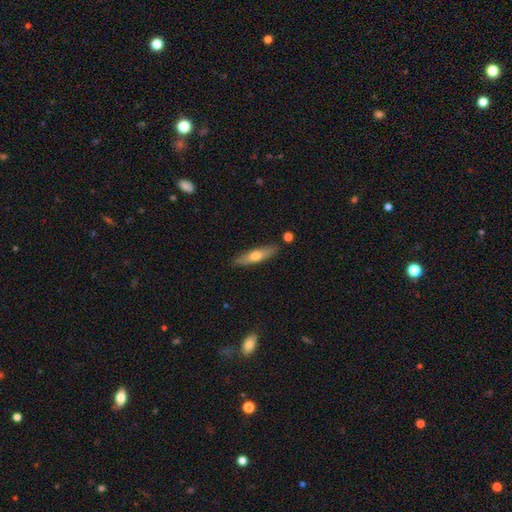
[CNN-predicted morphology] Smooth or featured?
  - smooth: 54% *
  - featured or disk: 40%
  - star or artifact: 6%
How rounded?
  - cigar-shaped: 76% *
  - in between: 22%
  - round: 2%
Merging?
  - none: 86% *
  - minor disturbance: 9%
  - merger: 3%
  - major disturbance: 2%